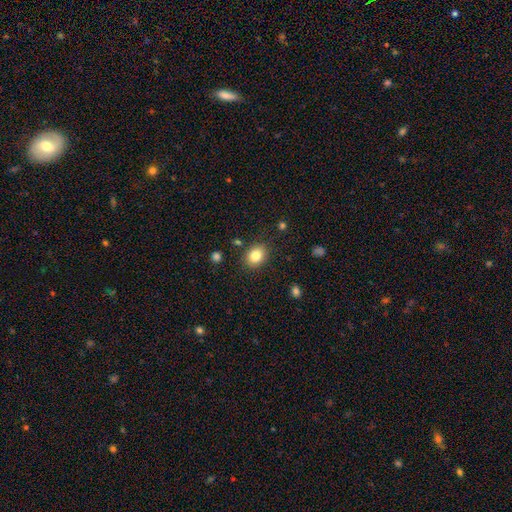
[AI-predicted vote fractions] Morphology: type=smooth (83%); roundness=in between (53%); merging=none (86%).